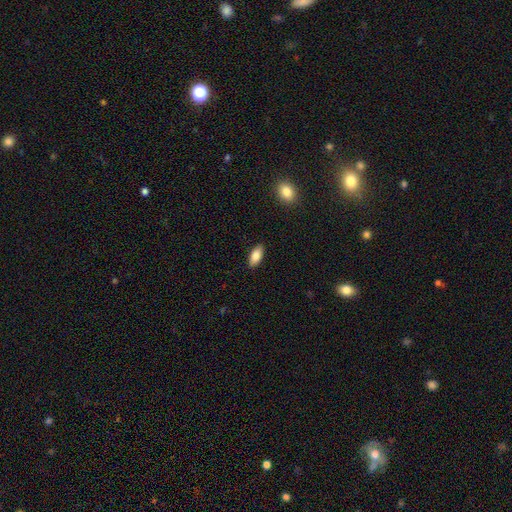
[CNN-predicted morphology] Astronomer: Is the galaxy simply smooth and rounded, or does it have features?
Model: smooth — 84%.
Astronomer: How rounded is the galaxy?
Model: in between — 86%.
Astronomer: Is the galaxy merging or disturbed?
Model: none — 89%.